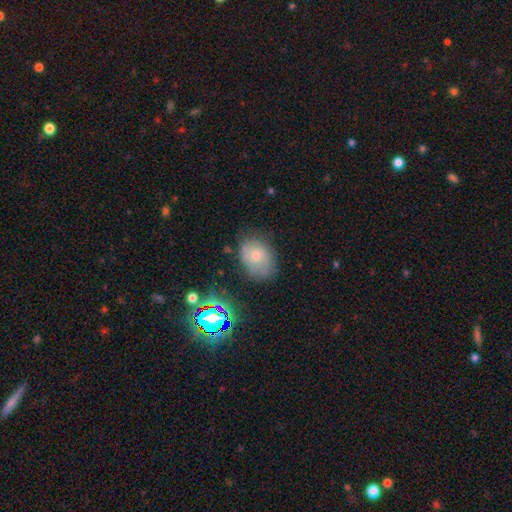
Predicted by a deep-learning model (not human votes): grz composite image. It shows a smooth galaxy with no disk features (54%) that is in between round and cigar-shaped (66%). Merging: none (64%).